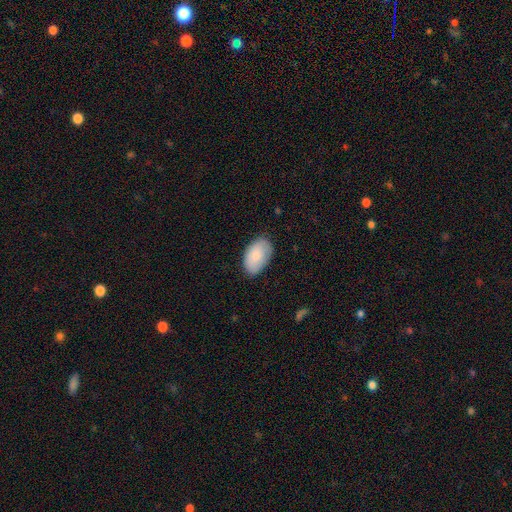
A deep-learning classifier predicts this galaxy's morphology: Smooth or featured?
  - smooth: 82% *
  - featured or disk: 12%
  - star or artifact: 6%
How rounded?
  - in between: 94% *
  - round: 5%
  - cigar-shaped: 1%
Merging?
  - none: 80% *
  - minor disturbance: 16%
  - major disturbance: 3%
  - merger: 1%